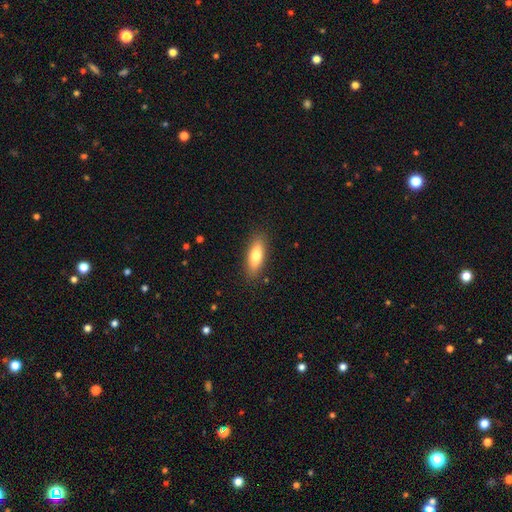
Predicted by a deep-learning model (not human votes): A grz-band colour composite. It shows a smooth galaxy with no disk features (75%) that is in between round and cigar-shaped (59%). Merging: none (87%).